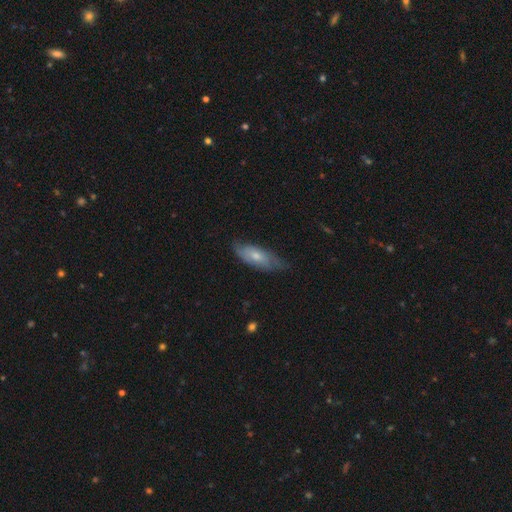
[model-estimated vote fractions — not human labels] This appears to be a smooth galaxy with no disk features (59%) that is in between round and cigar-shaped (68%). Merging: none (65%).